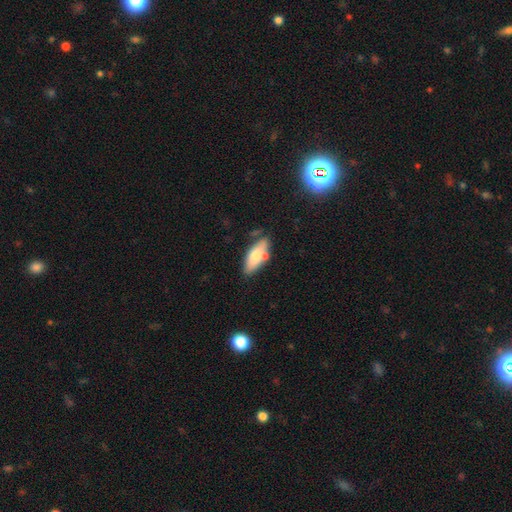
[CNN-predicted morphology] Smooth or featured? smooth (69%)
How rounded? in between (74%)
Merging? none (66%)